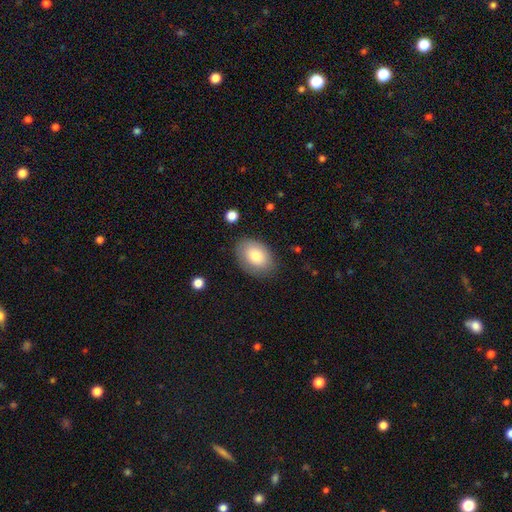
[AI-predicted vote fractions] Q: Smooth or featured?
A: smooth (79%); runner-up: featured or disk (14%)
Q: How rounded?
A: in between (84%); runner-up: round (15%)
Q: Merging?
A: none (80%); runner-up: minor disturbance (14%)